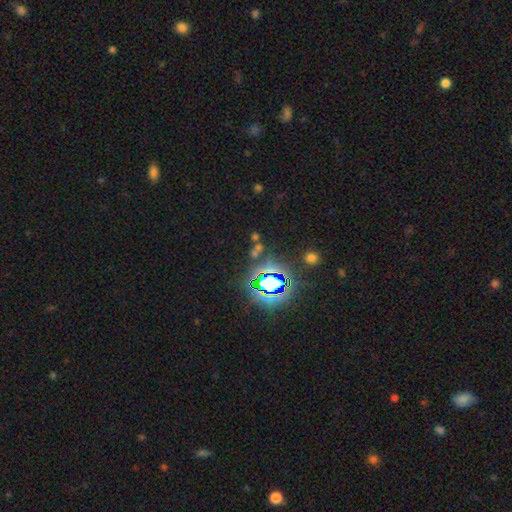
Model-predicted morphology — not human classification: Smooth or featured? Predicted: star or artifact (p=0.76).